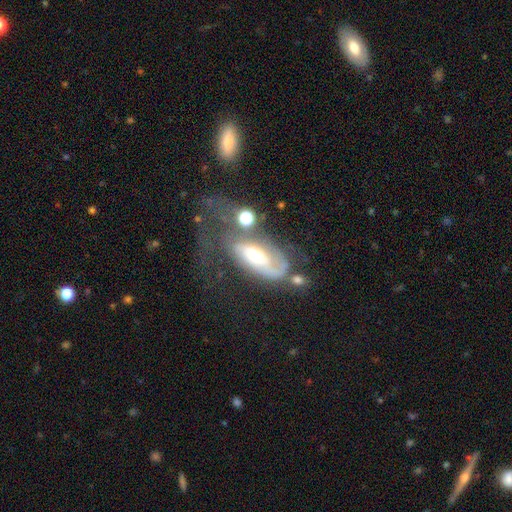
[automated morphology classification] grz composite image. It shows a featured or disk galaxy (72%) with no bar (53%), 1 (40%) tight (39%) spiral arms (79%) and a moderate central bulge (58%). Merging: major disturbance (42%).